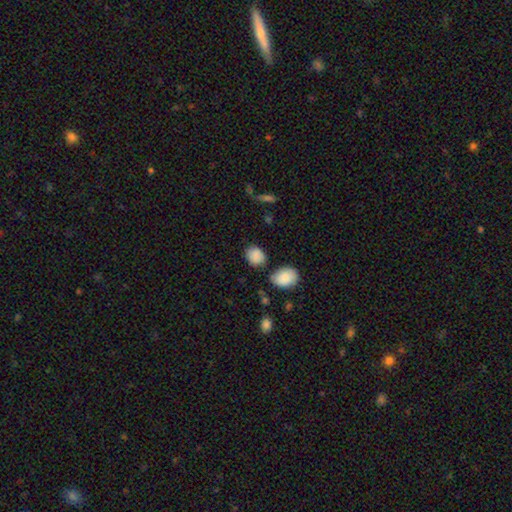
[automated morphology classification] This is clearly a smooth galaxy (87%). How rounded: possibly round (51%). Merging: likely none (72%).